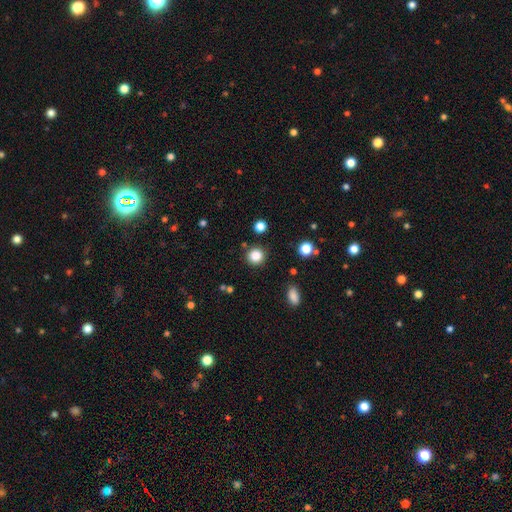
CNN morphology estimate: The model was most divided on "smooth or featured": smooth: 85%, star or artifact: 12%, featured or disk: 4%. More confident: how rounded — round (93%); merging — none (88%).